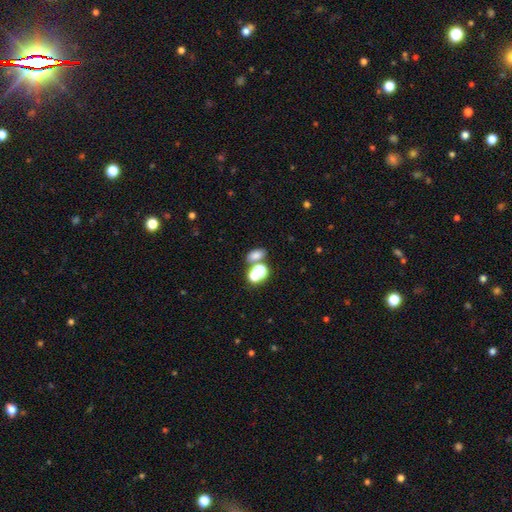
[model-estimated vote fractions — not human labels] A smooth galaxy with no disk features (69%) that is in between round and cigar-shaped (76%). Merging: none (52%).